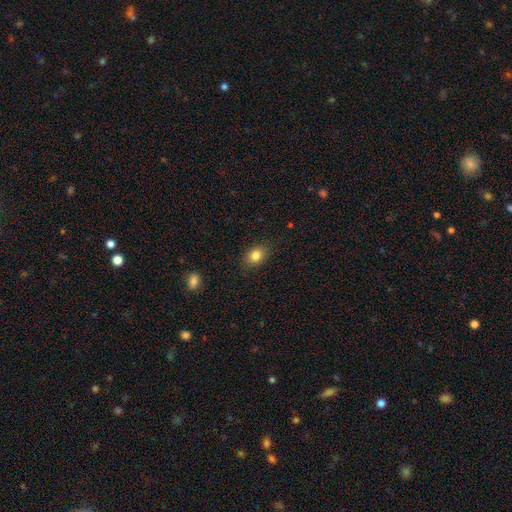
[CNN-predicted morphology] Smooth or featured? Predicted: smooth (p=0.82). How rounded? Predicted: in between (p=0.70). Merging? Predicted: none (p=0.85).